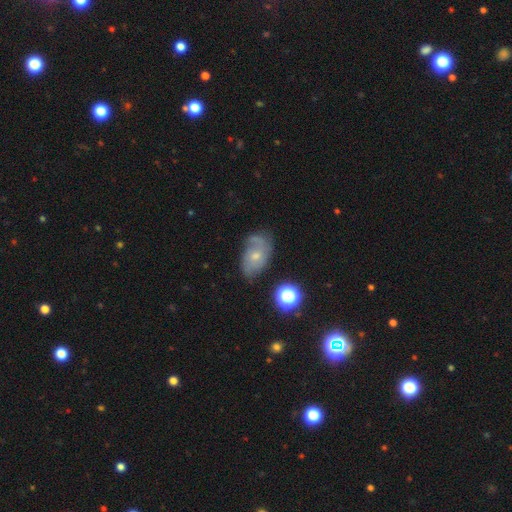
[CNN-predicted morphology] Smooth or featured? featured or disk (57%)
Edge-on disk? no (95%)
Bar? no (73%)
Spiral arms? yes (80%)
Bulge size? small (56%)
Merging? none (56%)